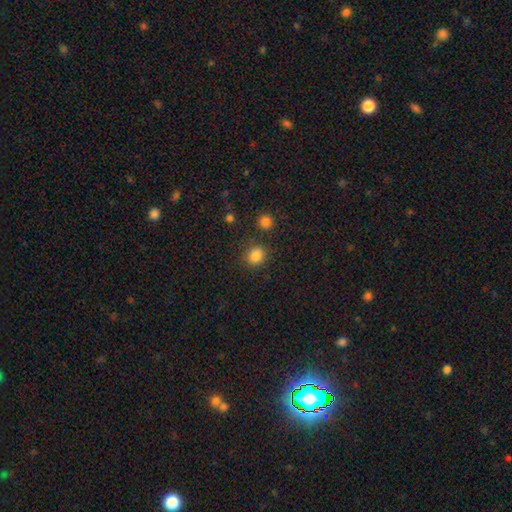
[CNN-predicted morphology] Smooth or featured? smooth (84%)
How rounded? round (77%)
Merging? none (83%)